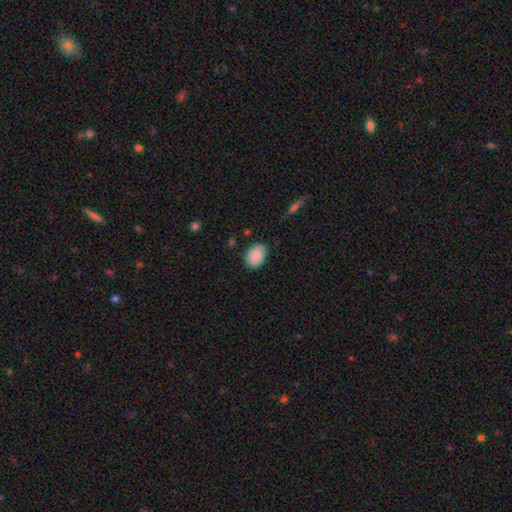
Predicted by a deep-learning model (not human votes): Q: Smooth or featured?
A: smooth (86%); runner-up: star or artifact (7%)
Q: How rounded?
A: in between (72%); runner-up: round (27%)
Q: Merging?
A: none (77%); runner-up: minor disturbance (19%)